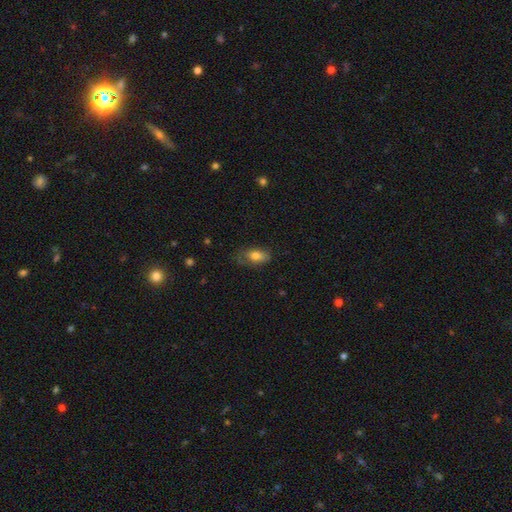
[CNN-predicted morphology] This is likely a smooth galaxy (76%). How rounded: clearly in between (86%). Merging: possibly none (58%).